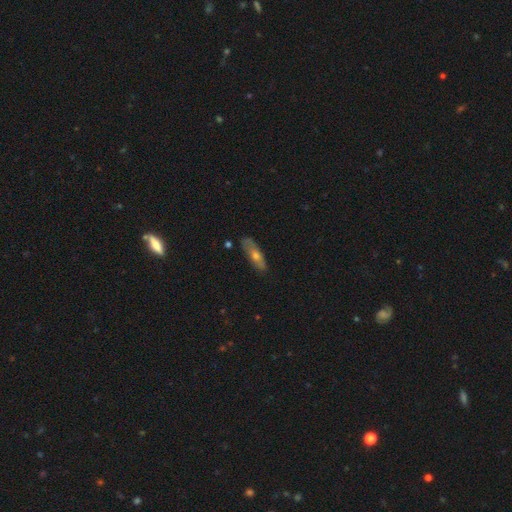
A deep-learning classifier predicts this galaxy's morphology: Overall: smooth (51%; featured or disk 42%). How rounded: cigar-shaped (57%; in between 40%). Merging: none (79%).